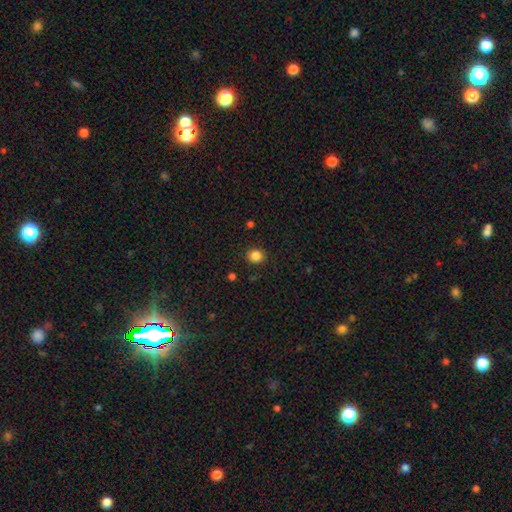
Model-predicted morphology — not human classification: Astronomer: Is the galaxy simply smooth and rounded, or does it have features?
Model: smooth — 86%.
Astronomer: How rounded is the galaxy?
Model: round — 81%.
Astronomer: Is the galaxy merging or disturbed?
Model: none — 90%.